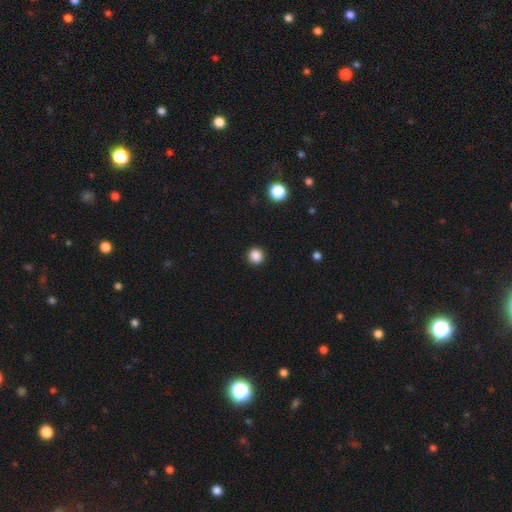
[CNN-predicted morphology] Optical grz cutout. It shows a smooth galaxy with no disk features (87%) that is round (93%). Merging: none (92%).